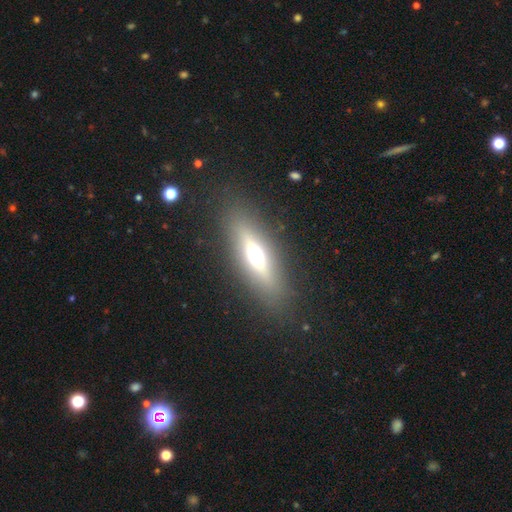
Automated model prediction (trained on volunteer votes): Morphology: type=featured or disk (51%); edge-on=yes (82%); merging=none (85%).